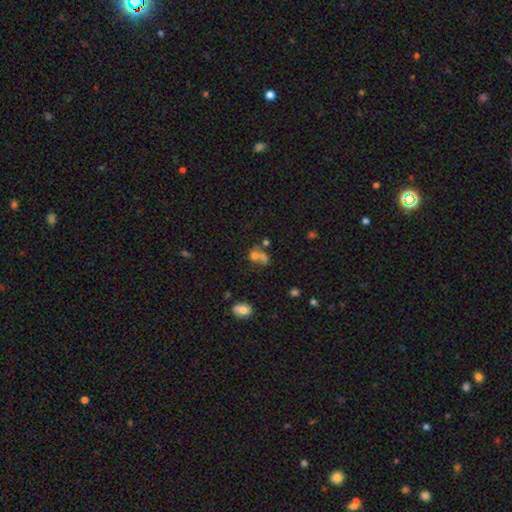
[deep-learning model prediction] Smooth or featured? Predicted: smooth (p=0.60). How rounded? Predicted: round (p=0.59). Merging? Predicted: merger (p=0.52).